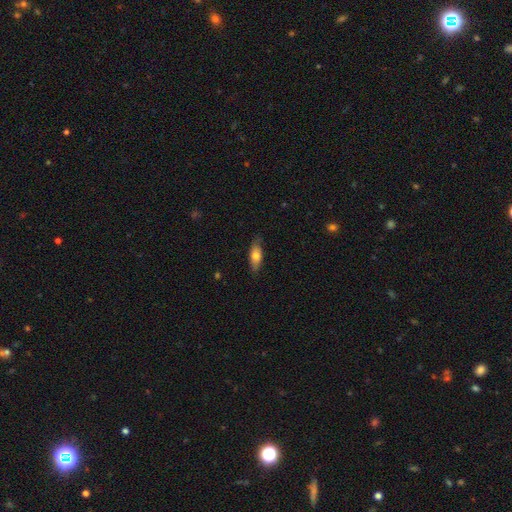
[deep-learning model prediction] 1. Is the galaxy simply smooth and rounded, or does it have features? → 67% smooth, 27% featured or disk, 6% star or artifact.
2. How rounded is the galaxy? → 64% in between, 33% cigar-shaped, 3% round.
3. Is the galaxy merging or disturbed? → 80% none, 16% minor disturbance, 3% major disturbance, 1% merger.